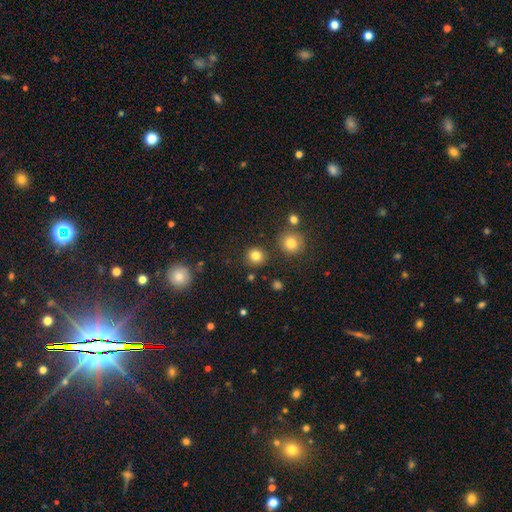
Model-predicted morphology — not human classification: smooth_or_featured: smooth (p=0.82) [alt: star or artifact p=0.13]
how_rounded: round (p=0.91) [alt: in between p=0.08]
merging: none (p=0.88) [alt: minor disturbance p=0.07]